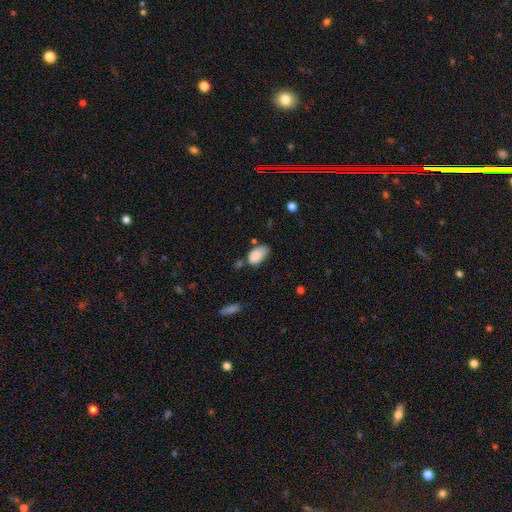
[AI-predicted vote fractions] smooth-or-featured: smooth: 85% | star or artifact: 8% | featured or disk: 7%
  how-rounded: in between: 93% | round: 5% | cigar-shaped: 2%
  merging: none: 46% | minor disturbance: 34% | major disturbance: 10% | merger: 10%